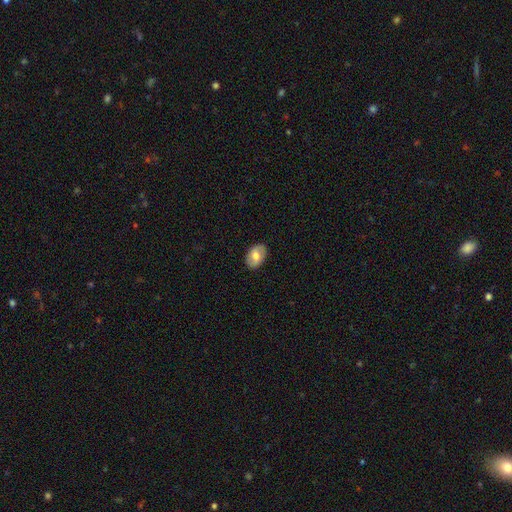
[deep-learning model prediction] This appears to be a smooth galaxy with no disk features (61%) that is in between round and cigar-shaped (88%). Merging: none (87%).